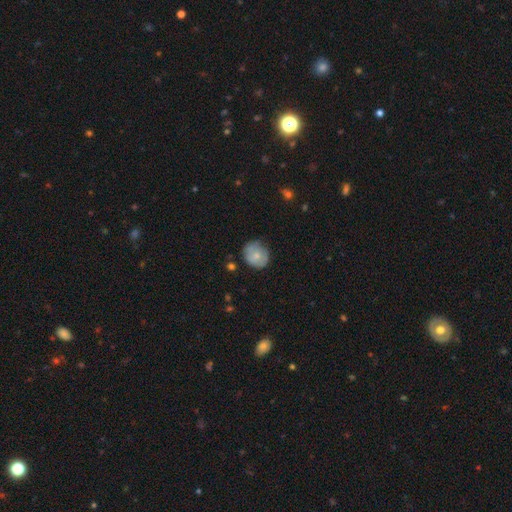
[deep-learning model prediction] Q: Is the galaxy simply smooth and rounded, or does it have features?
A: smooth — 70%.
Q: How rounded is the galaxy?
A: round — 79%.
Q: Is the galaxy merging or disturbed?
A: none — 69%.